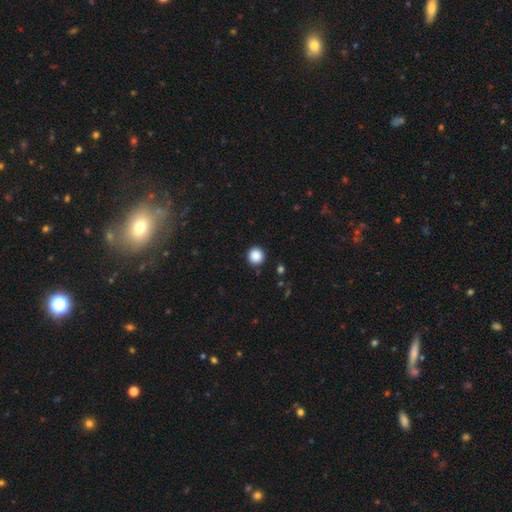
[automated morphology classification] Smooth or featured? Predicted: smooth (p=0.88). How rounded? Predicted: round (p=0.95). Merging? Predicted: none (p=0.91).